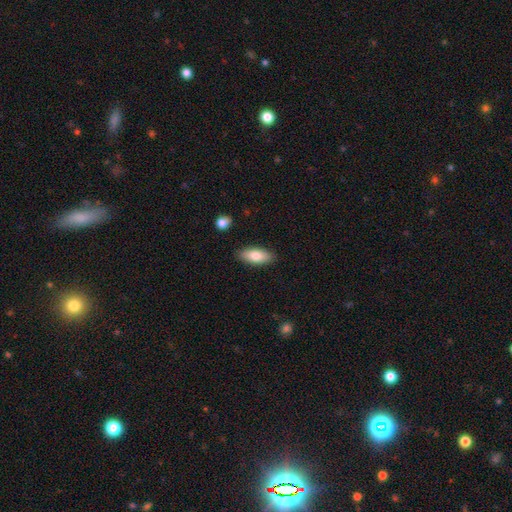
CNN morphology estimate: This is likely a smooth galaxy (79%). How rounded: likely in between (80%). Merging: clearly none (87%).